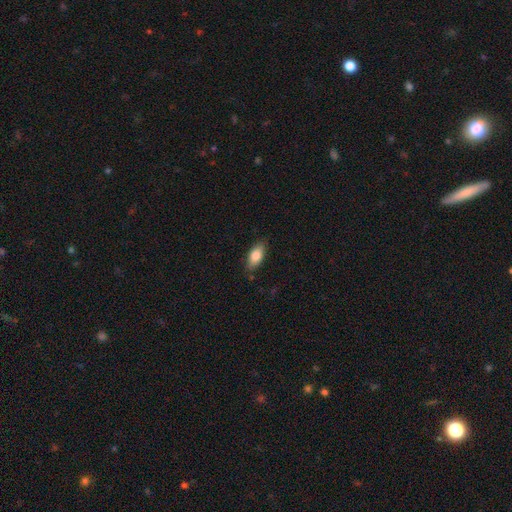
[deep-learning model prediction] Smooth or featured?
  - smooth: 82% *
  - featured or disk: 11%
  - star or artifact: 7%
How rounded?
  - in between: 87% *
  - cigar-shaped: 10%
  - round: 3%
Merging?
  - none: 82% *
  - minor disturbance: 14%
  - major disturbance: 3%
  - merger: 1%